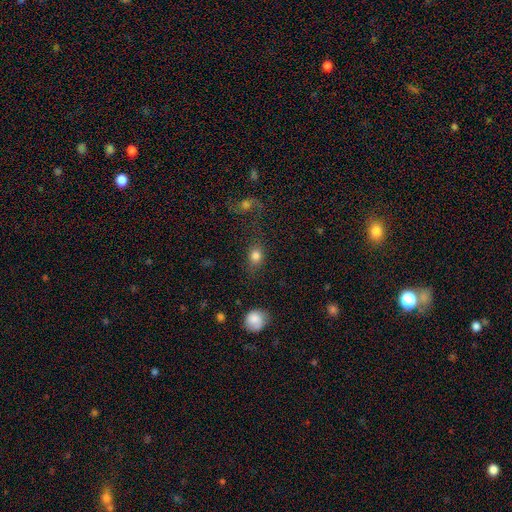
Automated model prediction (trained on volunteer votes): smooth-or-featured: smooth: 81% | star or artifact: 10% | featured or disk: 9%
  how-rounded: round: 50% | in between: 48% | cigar-shaped: 2%
  merging: none: 69% | minor disturbance: 16% | major disturbance: 8% | merger: 7%